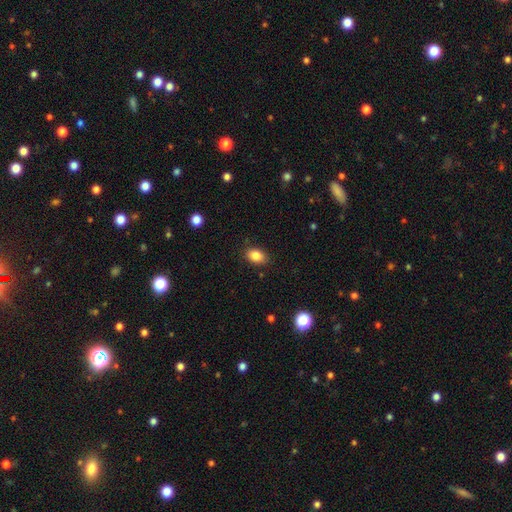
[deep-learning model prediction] smooth-or-featured: smooth: 85% | star or artifact: 9% | featured or disk: 6%
  how-rounded: in between: 82% | round: 17% | cigar-shaped: 1%
  merging: none: 86% | minor disturbance: 10% | major disturbance: 2% | merger: 1%